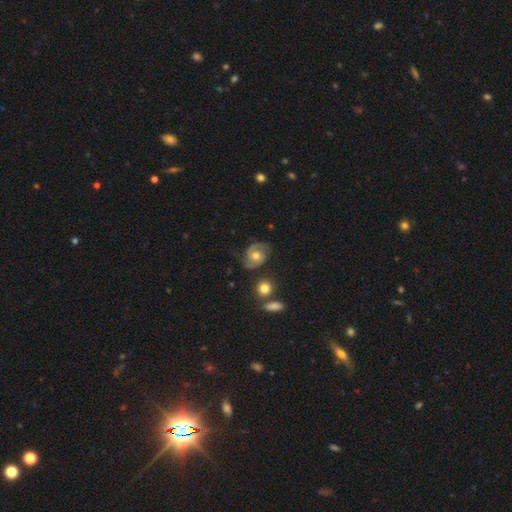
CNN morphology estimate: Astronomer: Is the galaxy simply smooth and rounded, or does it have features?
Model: featured or disk — 77%.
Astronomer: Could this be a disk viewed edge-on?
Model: no — 97%.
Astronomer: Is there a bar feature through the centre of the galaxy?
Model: no — 71%.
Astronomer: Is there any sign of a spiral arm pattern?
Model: yes — 93%.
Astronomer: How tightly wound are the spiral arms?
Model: medium — 49% (runner-up: tight, 34%).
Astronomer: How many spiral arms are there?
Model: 2 — 89%.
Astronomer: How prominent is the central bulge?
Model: moderate — 75%.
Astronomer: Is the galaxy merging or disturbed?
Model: none — 74%.